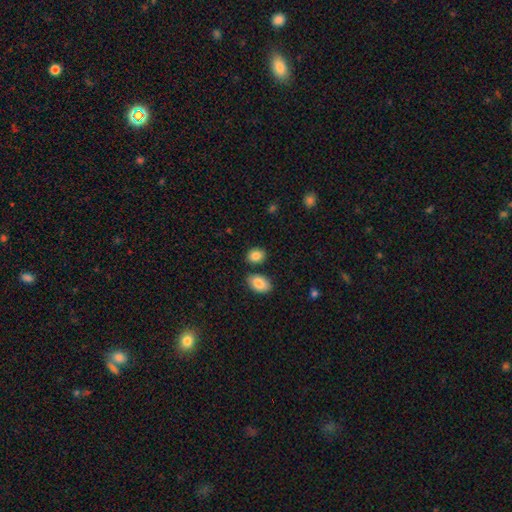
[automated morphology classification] Smooth or featured: smooth — 86% (star or artifact — 8%)
How rounded: in between — 68% (round — 31%)
Merging: none — 77% (minor disturbance — 10%)